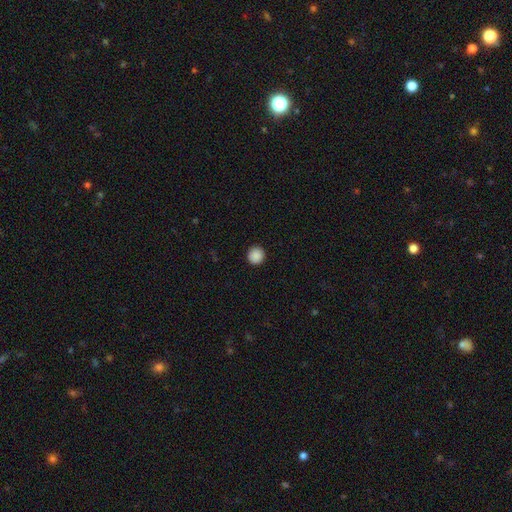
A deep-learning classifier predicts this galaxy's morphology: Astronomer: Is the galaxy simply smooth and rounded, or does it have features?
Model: smooth — 89%.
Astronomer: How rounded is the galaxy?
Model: round — 95%.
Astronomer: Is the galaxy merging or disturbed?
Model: none — 93%.